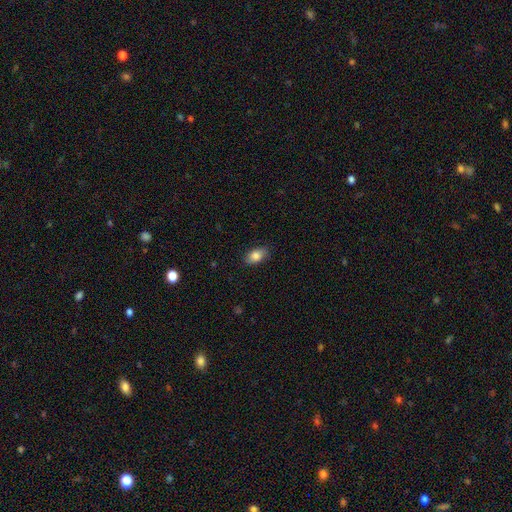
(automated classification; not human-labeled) Smooth or featured? smooth (84%)
How rounded? in between (90%)
Merging? none (83%)